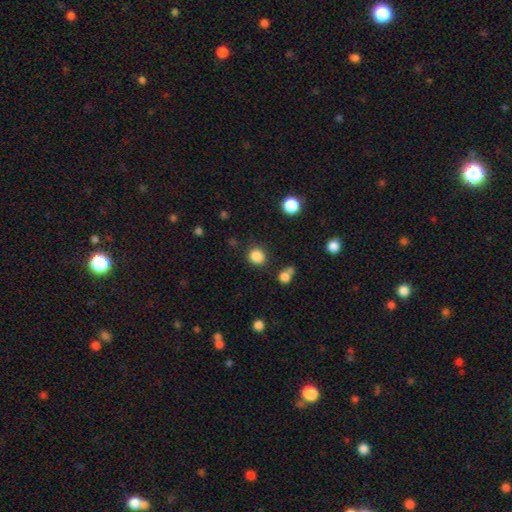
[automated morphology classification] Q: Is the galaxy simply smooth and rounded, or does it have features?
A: smooth — 85%.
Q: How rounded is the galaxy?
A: round — 77%.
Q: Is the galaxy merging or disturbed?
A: none — 82%.